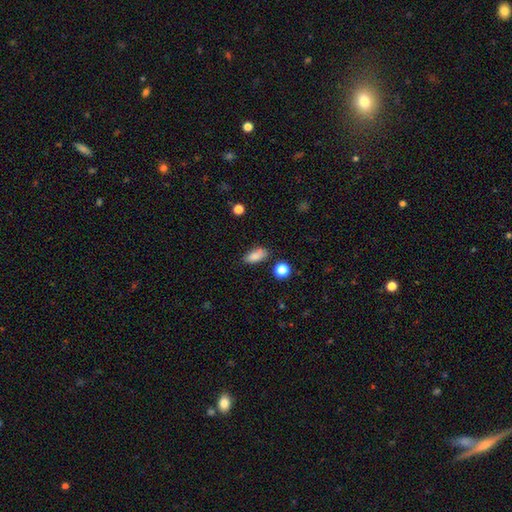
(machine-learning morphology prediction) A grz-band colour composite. It shows a smooth galaxy with no disk features (85%) that is in between round and cigar-shaped (84%). Merging: none (77%).